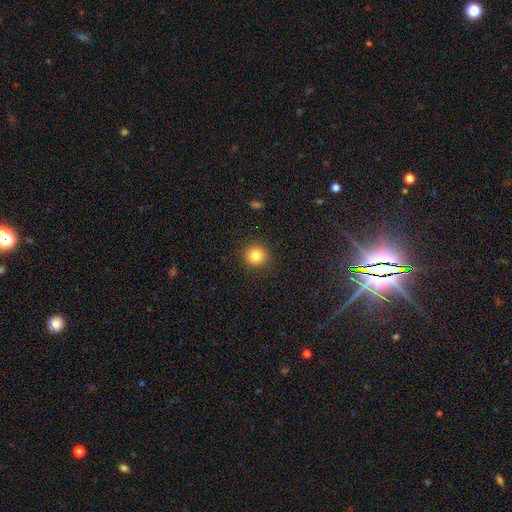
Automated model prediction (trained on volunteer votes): smooth-or-featured: smooth: 83% | star or artifact: 11% | featured or disk: 6%
  how-rounded: round: 91% | in between: 8% | cigar-shaped: 1%
  merging: none: 91% | minor disturbance: 6% | major disturbance: 2% | merger: 1%